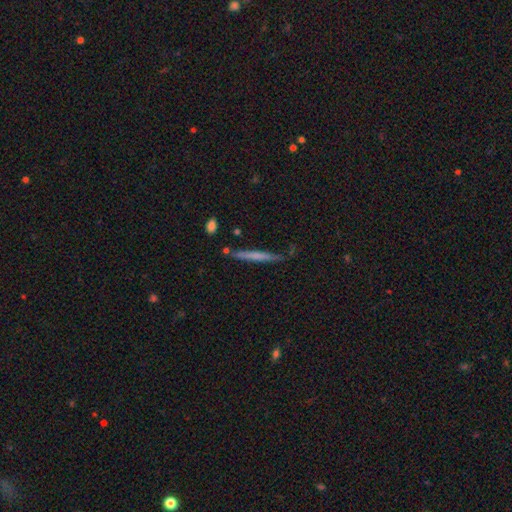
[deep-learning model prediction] A smooth galaxy with no disk features (55%) that is cigar-shaped (96%).

Vote fractions:
- Smooth or featured? smooth: 55% / featured or disk: 39% / star or artifact: 6%
- How rounded? cigar-shaped: 96% / in between: 3% / round: 1%
- Merging? none: 77% / minor disturbance: 16% / merger: 4% / major disturbance: 3%